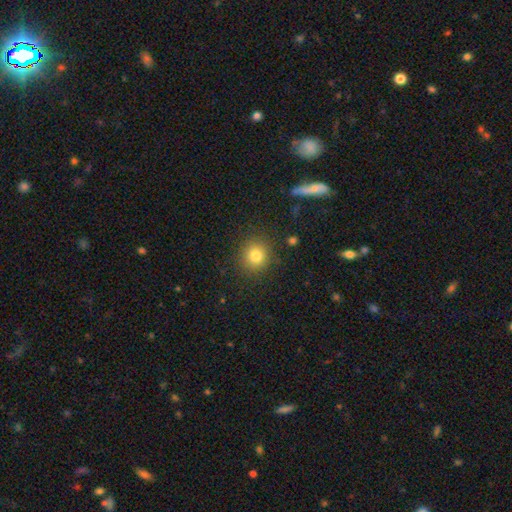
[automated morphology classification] The model was most divided on "smooth or featured": smooth: 81%, star or artifact: 12%, featured or disk: 7%. More confident: how rounded — round (88%); merging — none (88%).